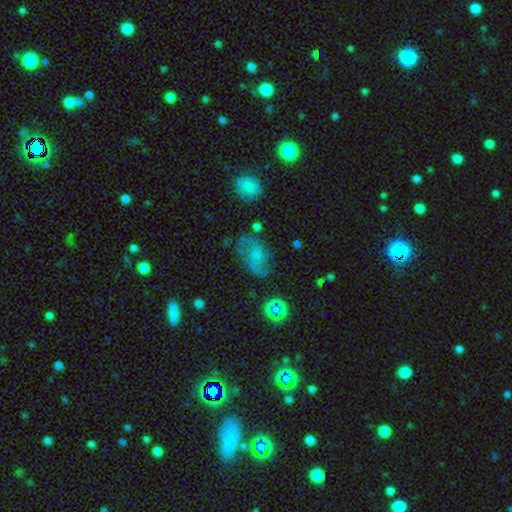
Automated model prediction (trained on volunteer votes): Smooth or featured? featured or disk (52%)
Edge-on disk? no (96%)
Bar? no (61%)
Spiral arms? yes (80%)
Bulge size? none (41%)
Merging? none (60%)